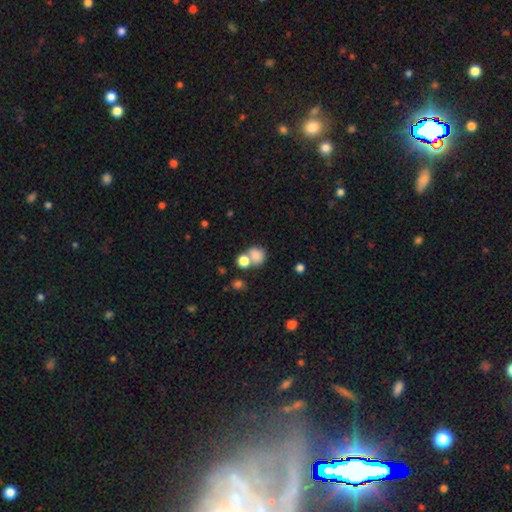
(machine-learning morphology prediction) Q: Smooth or featured?
A: smooth (79%); runner-up: star or artifact (11%)
Q: How rounded?
A: round (68%); runner-up: in between (31%)
Q: Merging?
A: merger (44%); runner-up: none (38%)